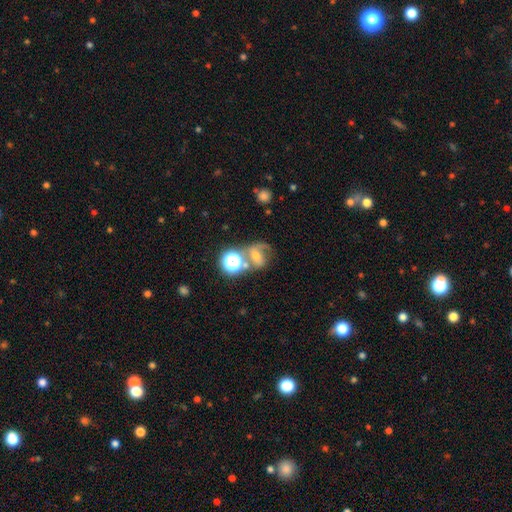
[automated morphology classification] A featured or disk galaxy (48%).

Vote fractions:
- Smooth or featured? featured or disk: 48% / smooth: 31% / star or artifact: 21%
- Merging? none: 43% / merger: 26% / minor disturbance: 15% / major disturbance: 15%